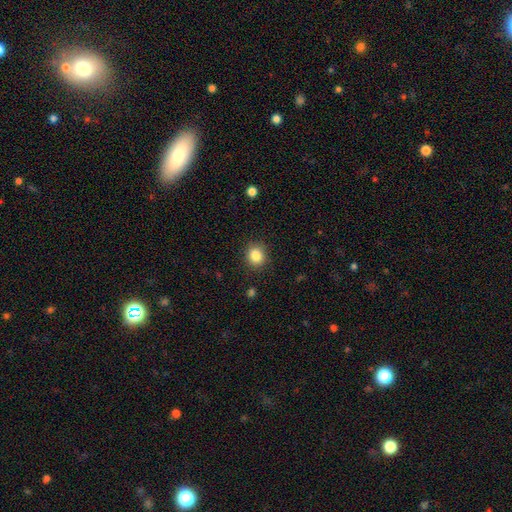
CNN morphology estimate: Smooth or featured? smooth (84%)
How rounded? round (79%)
Merging? none (89%)